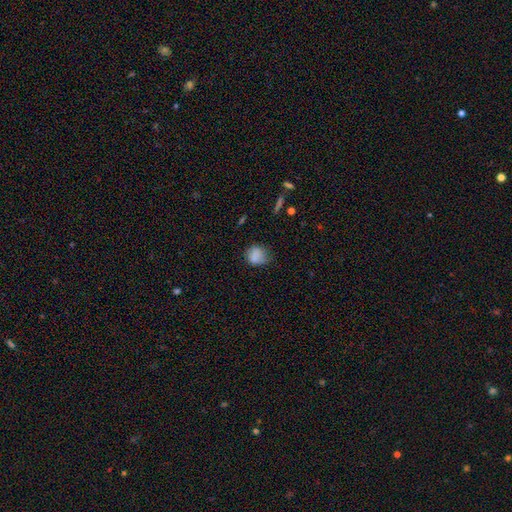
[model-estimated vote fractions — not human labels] Smooth or featured: smooth — 84% (star or artifact — 10%)
How rounded: round — 74% (in between — 25%)
Merging: none — 70% (minor disturbance — 23%)